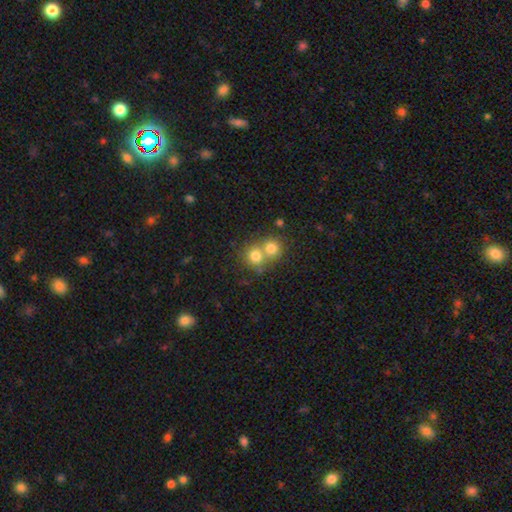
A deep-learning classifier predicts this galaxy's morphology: Smooth or featured? smooth (76%)
How rounded? round (85%)
Merging? merger (54%)